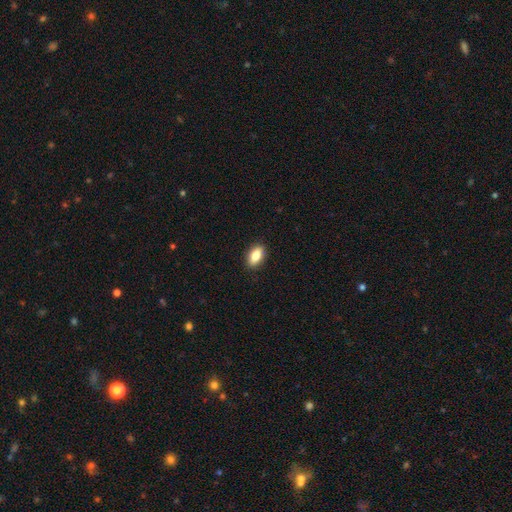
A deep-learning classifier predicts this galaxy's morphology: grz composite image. It shows a smooth galaxy with no disk features (80%) that is in between round and cigar-shaped (88%). Merging: none (90%).